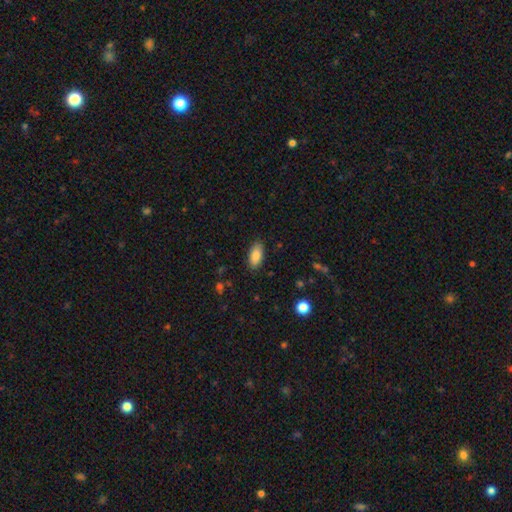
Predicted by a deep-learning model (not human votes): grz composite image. It shows a smooth galaxy with no disk features (86%) that is in between round and cigar-shaped (89%). Merging: none (87%).